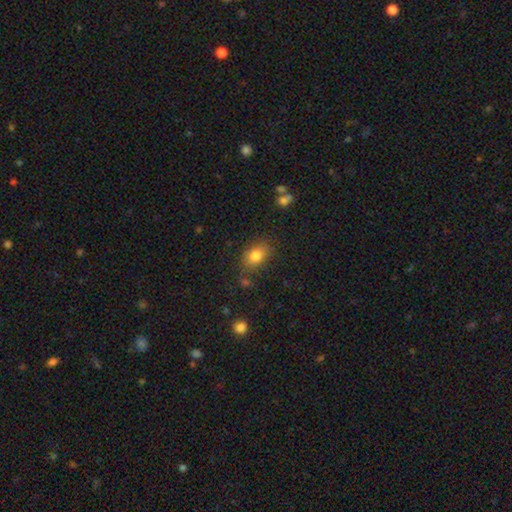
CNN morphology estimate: This is clearly a smooth galaxy (82%). How rounded: likely in between (77%). Merging: likely none (75%).